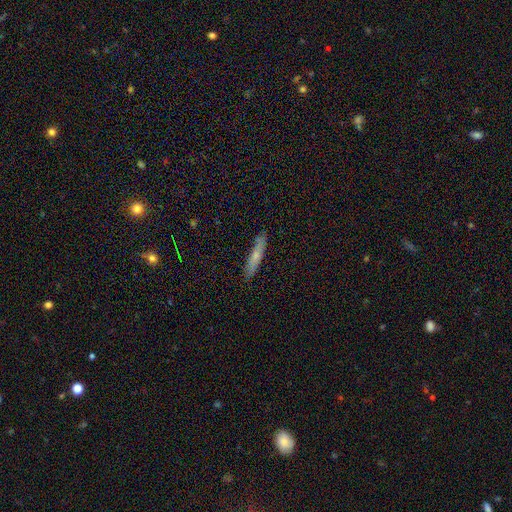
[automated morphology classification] This appears to be a smooth galaxy with no disk features (62%) that is cigar-shaped (90%). Merging: none (86%).